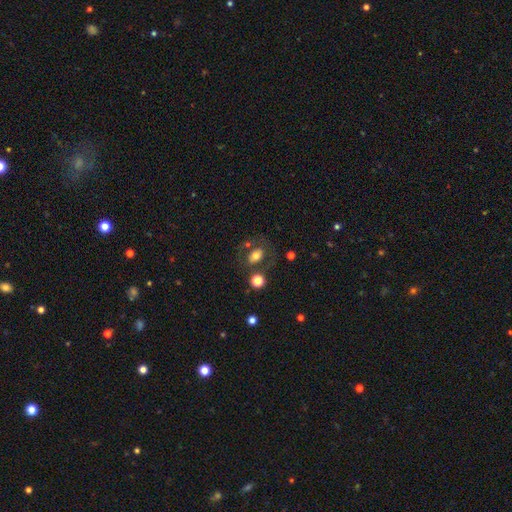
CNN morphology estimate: This is likely a smooth galaxy (63%). How rounded: likely in between (64%). Merging: likely none (64%).